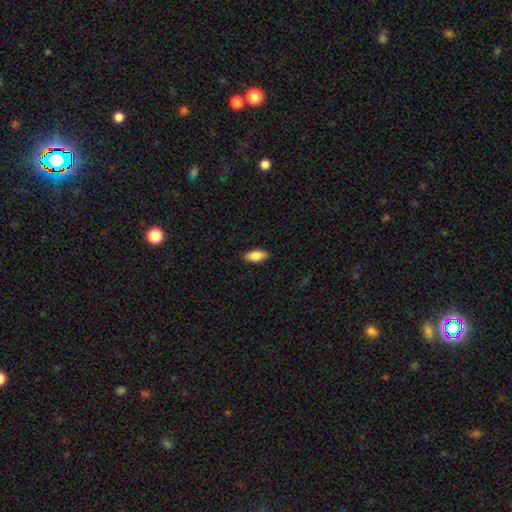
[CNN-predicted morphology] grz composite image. It shows a smooth galaxy with no disk features (84%) that is in between round and cigar-shaped (88%). Merging: none (87%).